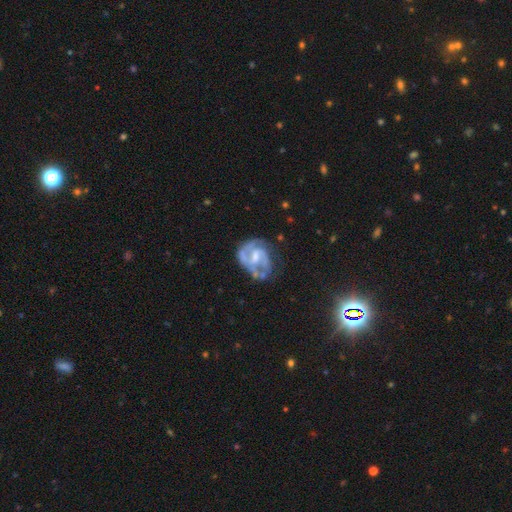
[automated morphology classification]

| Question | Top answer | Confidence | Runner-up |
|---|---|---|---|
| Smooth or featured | featured or disk | 77% | smooth (14%) |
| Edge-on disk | no | 97% | yes (3%) |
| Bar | weak | 45% | no (40%) |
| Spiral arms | yes | 81% | no (19%) |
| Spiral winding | medium | 43% | tight (40%) |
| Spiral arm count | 2 | 49% | can't tell (24%) |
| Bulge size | moderate | 42% | small (37%) |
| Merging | none | 52% | minor disturbance (24%) |